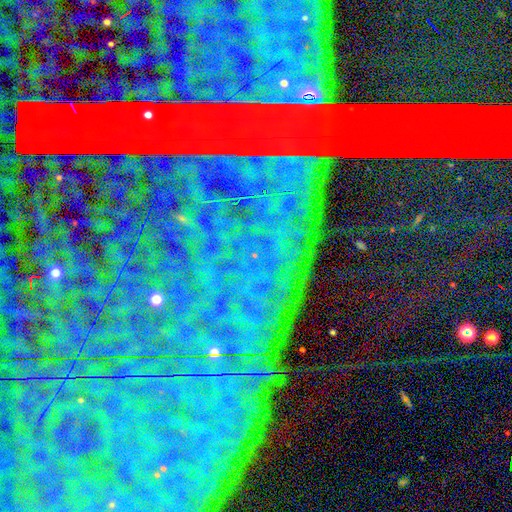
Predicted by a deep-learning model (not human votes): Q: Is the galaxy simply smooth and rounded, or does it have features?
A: star or artifact — 87%.